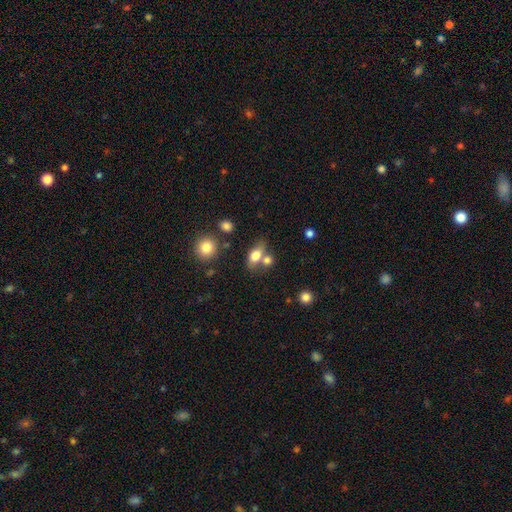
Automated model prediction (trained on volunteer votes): Overall: smooth (76%). How rounded: in between (78%). Merging: none (51%; merger 31%).